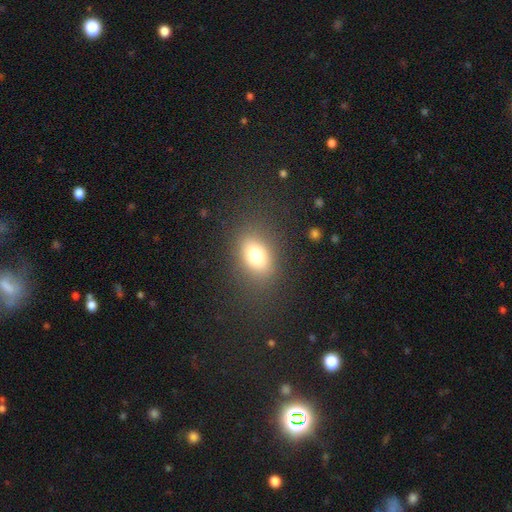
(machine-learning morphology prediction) Smooth or featured?
  - smooth: 75% *
  - featured or disk: 13%
  - star or artifact: 12%
How rounded?
  - in between: 74% *
  - round: 24%
  - cigar-shaped: 2%
Merging?
  - none: 80% *
  - minor disturbance: 11%
  - major disturbance: 8%
  - merger: 1%